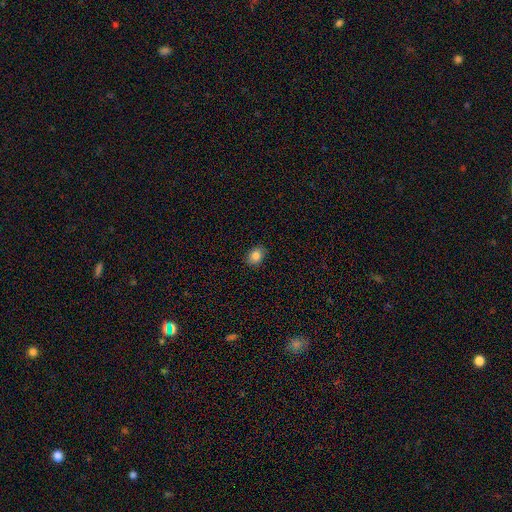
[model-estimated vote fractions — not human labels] This appears to be a smooth galaxy with no disk features (85%) that is in between round and cigar-shaped (60%). Merging: none (87%).